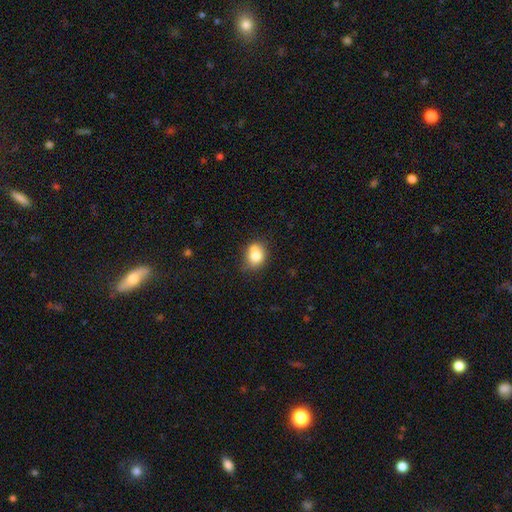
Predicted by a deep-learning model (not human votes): Overall: smooth (76%). How rounded: round (59%; in between 40%). Merging: none (53%; merger 25%).